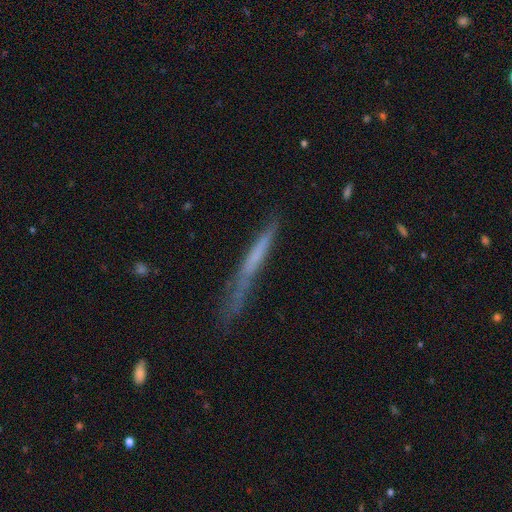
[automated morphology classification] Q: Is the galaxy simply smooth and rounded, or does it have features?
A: smooth — 48%.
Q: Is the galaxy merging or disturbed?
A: none — 61%.